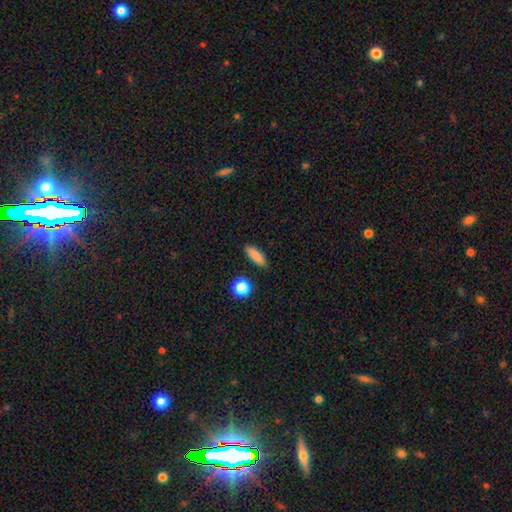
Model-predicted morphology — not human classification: The model was most divided on "how rounded": in between: 52%, cigar-shaped: 42%, round: 5%. More confident: merging — none (86%); smooth or featured — smooth (86%).